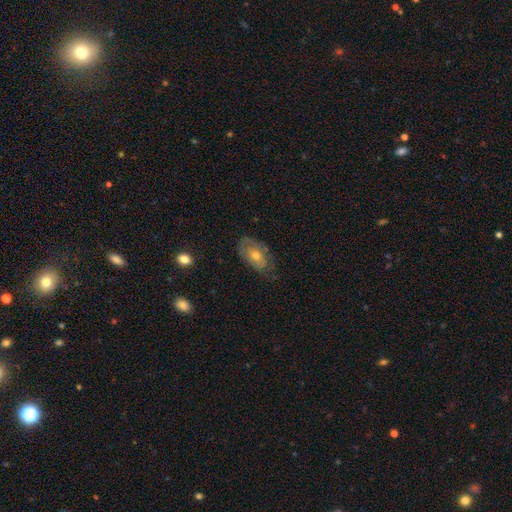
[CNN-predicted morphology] Smooth or featured? Predicted: featured or disk (p=0.51). Edge-on disk? Predicted: no (p=0.91). Merging? Predicted: none (p=0.69).